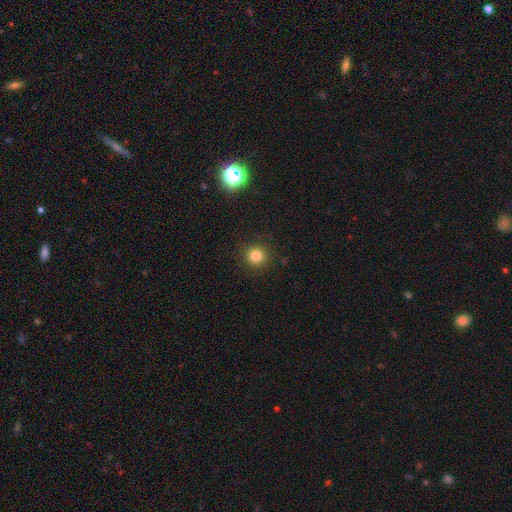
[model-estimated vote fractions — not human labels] Smooth or featured: smooth — 82% (star or artifact — 13%)
How rounded: round — 93% (in between — 6%)
Merging: none — 90% (minor disturbance — 6%)